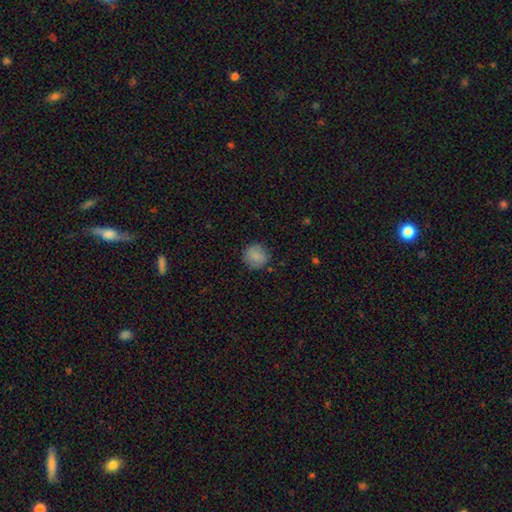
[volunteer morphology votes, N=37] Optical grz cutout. It shows a smooth galaxy with no disk features (89%) that is round (85%). Merging: none (94%).